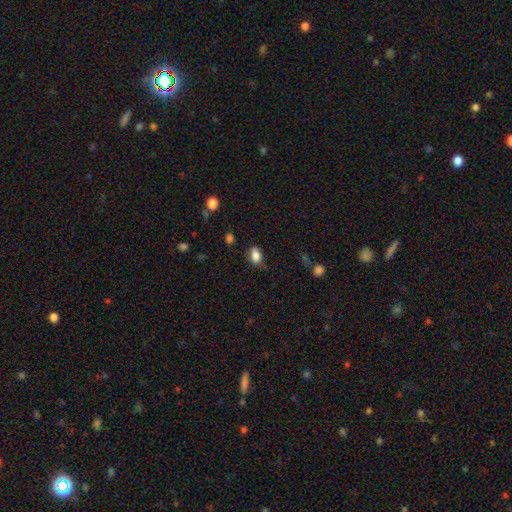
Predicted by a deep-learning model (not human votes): A smooth galaxy with no disk features (85%) that is in between round and cigar-shaped (85%).

Vote fractions:
- Smooth or featured? smooth: 85% / star or artifact: 9% / featured or disk: 6%
- How rounded? in between: 85% / round: 13% / cigar-shaped: 2%
- Merging? none: 76% / minor disturbance: 18% / major disturbance: 4% / merger: 2%